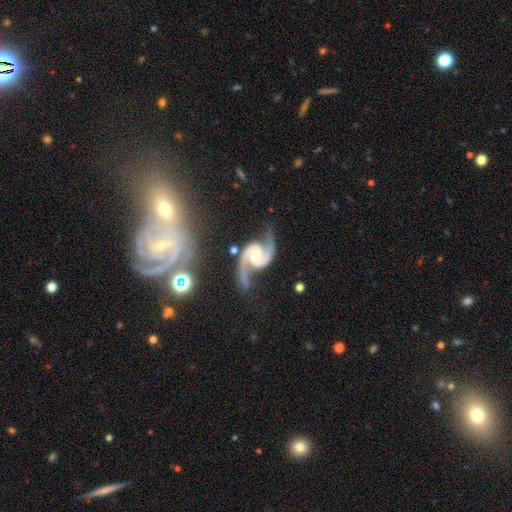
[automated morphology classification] Q: Smooth or featured?
A: featured or disk (94%); runner-up: star or artifact (4%)
Q: Edge-on disk?
A: no (98%); runner-up: yes (2%)
Q: Bar?
A: weak (43%); runner-up: no (41%)
Q: Spiral arms?
A: yes (99%); runner-up: no (1%)
Q: Spiral winding?
A: medium (59%); runner-up: loose (26%)
Q: Spiral arm count?
A: 2 (95%); runner-up: can't tell (1%)
Q: Bulge size?
A: moderate (44%); runner-up: small (32%)
Q: Merging?
A: none (71%); runner-up: minor disturbance (17%)